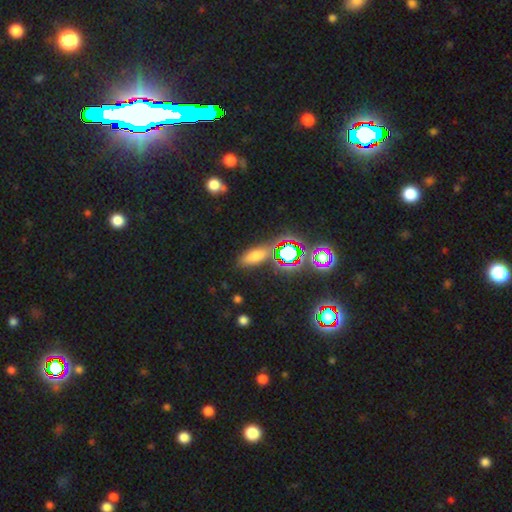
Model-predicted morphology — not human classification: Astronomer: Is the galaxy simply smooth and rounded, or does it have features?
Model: smooth — 56% (runner-up: star or artifact, 32%).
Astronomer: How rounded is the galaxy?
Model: in between — 68%.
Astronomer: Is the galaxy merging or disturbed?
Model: none — 78%.